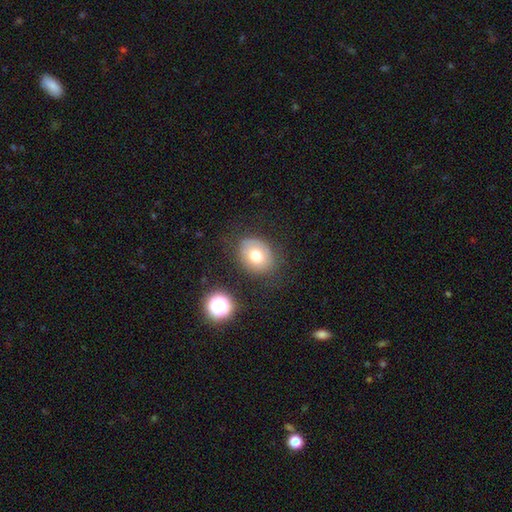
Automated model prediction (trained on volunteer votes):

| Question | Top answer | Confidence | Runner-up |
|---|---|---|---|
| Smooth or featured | smooth | 71% | featured or disk (19%) |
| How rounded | in between | 52% | round (47%) |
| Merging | none | 76% | minor disturbance (16%) |